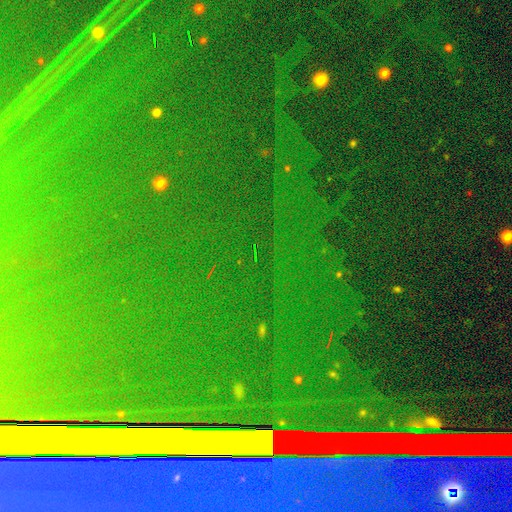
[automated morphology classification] A star or artifact, not a galaxy (86%).

Vote fractions:
- Smooth or featured? star or artifact: 86% / smooth: 7% / featured or disk: 7%